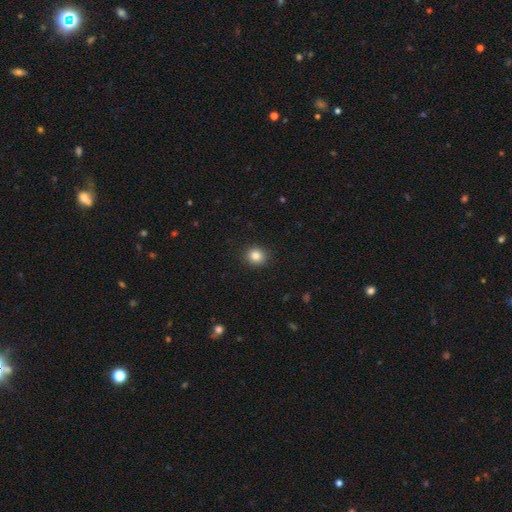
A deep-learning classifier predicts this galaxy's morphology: Q: Smooth or featured?
A: smooth (84%); runner-up: star or artifact (11%)
Q: How rounded?
A: round (83%); runner-up: in between (16%)
Q: Merging?
A: none (91%); runner-up: minor disturbance (6%)